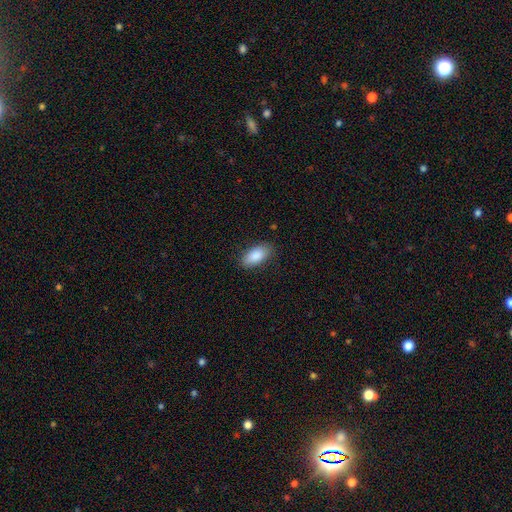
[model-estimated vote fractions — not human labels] Morphology: type=smooth (88%); roundness=in between (93%); merging=none (85%).